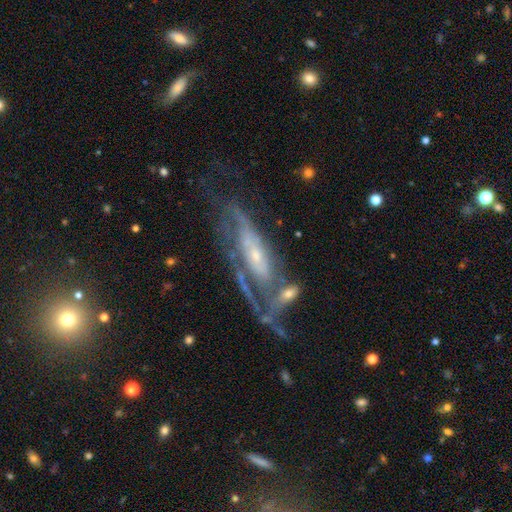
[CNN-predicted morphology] A featured or disk galaxy (80%) with no bar (65%), spiral arms (78%) and a small central bulge (64%). Merging: none (33%).